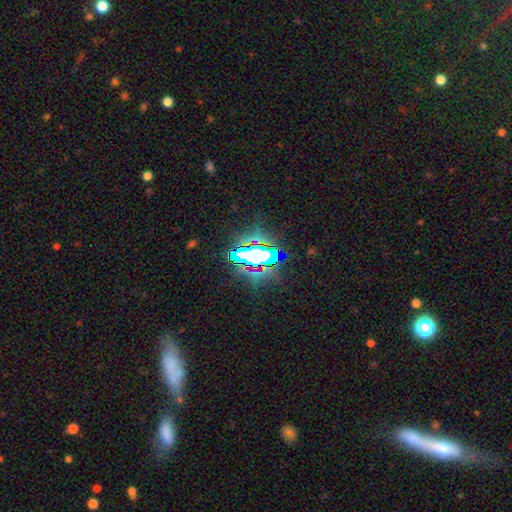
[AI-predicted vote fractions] smooth-or-featured: star or artifact: 65% | smooth: 21% | featured or disk: 14%